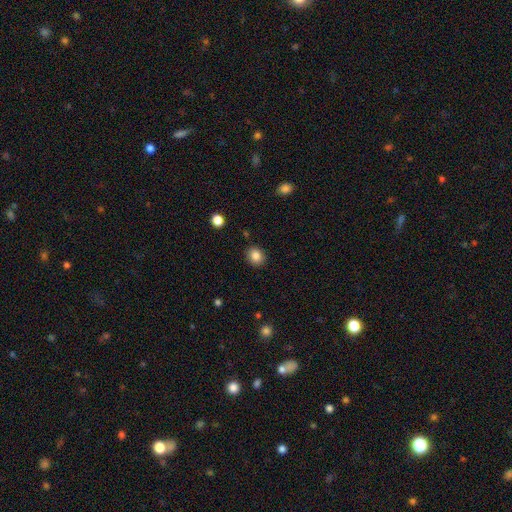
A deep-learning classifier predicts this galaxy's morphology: A smooth galaxy with no disk features (84%) that is round (77%). Merging: none (90%).